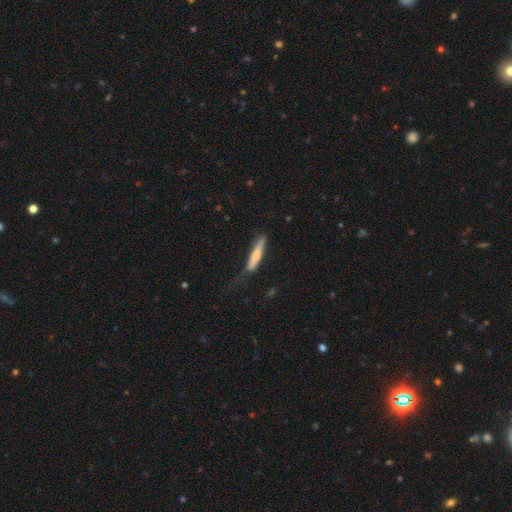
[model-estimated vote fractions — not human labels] smooth_or_featured: smooth (p=0.60) [alt: featured or disk p=0.35]
how_rounded: cigar-shaped (p=0.89) [alt: in between p=0.10]
merging: none (p=0.63) [alt: minor disturbance p=0.26]